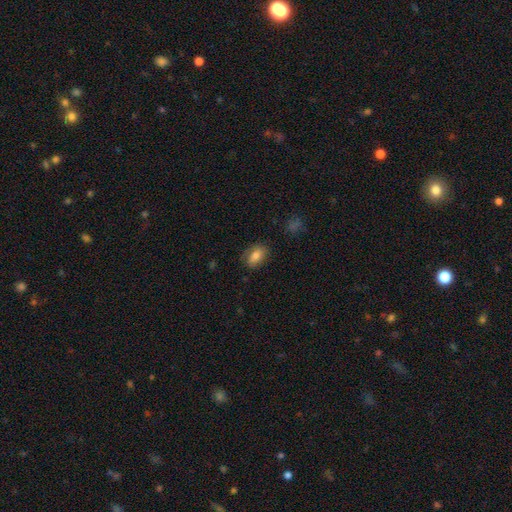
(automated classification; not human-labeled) Q: Smooth or featured?
A: smooth (76%); runner-up: featured or disk (16%)
Q: How rounded?
A: in between (85%); runner-up: round (12%)
Q: Merging?
A: none (77%); runner-up: minor disturbance (17%)